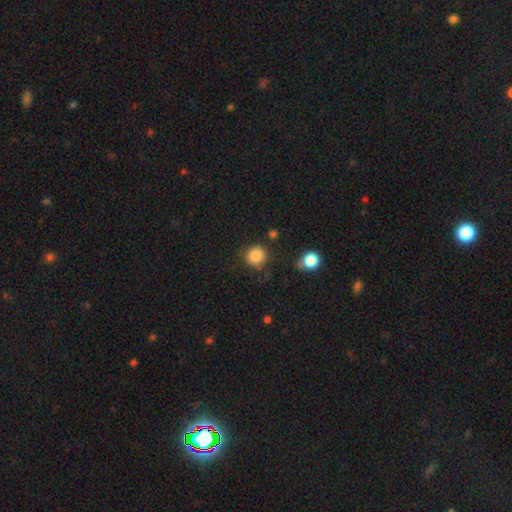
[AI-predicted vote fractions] A smooth galaxy with no disk features (86%) that is round (91%). Merging: none (81%).